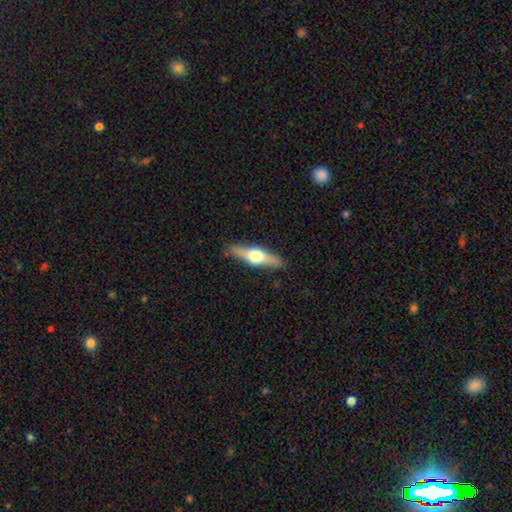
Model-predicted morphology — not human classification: This is possibly a featured or disk galaxy (56%). It is clearly viewed edge-on (94%). Edge-on bulge: clearly rounded (95%). Merging: clearly none (87%).